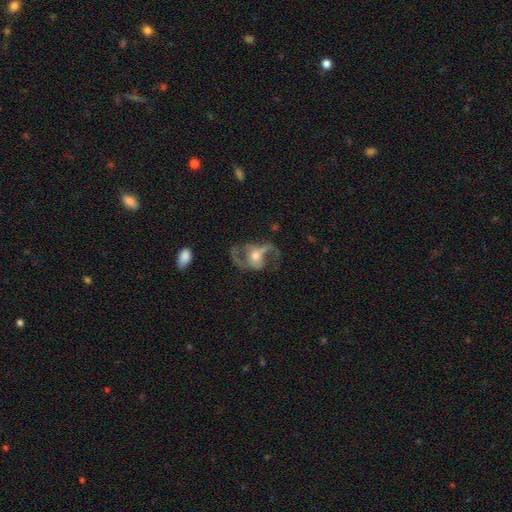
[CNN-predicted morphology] Smooth or featured?
  - featured or disk: 81% *
  - smooth: 12%
  - star or artifact: 7%
Edge-on disk?
  - no: 95% *
  - yes: 5%
Bar?
  - no: 51% *
  - weak: 28%
  - strong: 21%
Spiral arms?
  - yes: 84% *
  - no: 16%
Spiral winding?
  - loose: 56% *
  - medium: 36%
  - tight: 8%
Spiral arm count?
  - 2: 86% *
  - can't tell: 5%
  - 1: 4%
  - 3: 2%
  - 4: 1%
  - more than 4: 1%
Bulge size?
  - moderate: 55% *
  - small: 37%
  - large: 5%
  - none: 2%
  - dominant: 1%
Merging?
  - none: 53% *
  - major disturbance: 27%
  - minor disturbance: 17%
  - merger: 3%